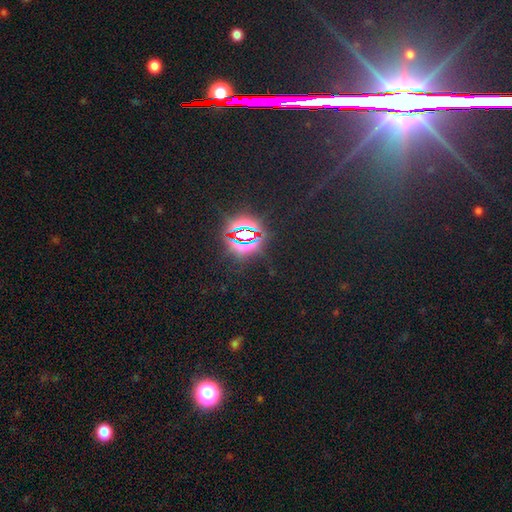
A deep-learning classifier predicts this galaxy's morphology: This is likely a star or artifact rather than a galaxy (77%).